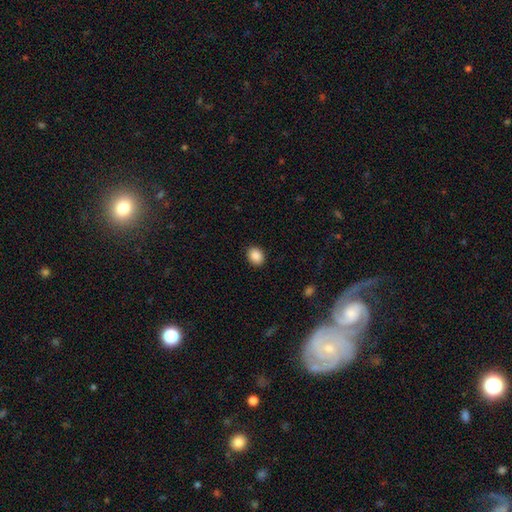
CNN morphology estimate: A smooth galaxy with no disk features (88%) that is round (52%).

Vote fractions:
- Smooth or featured? smooth: 88% / star or artifact: 8% / featured or disk: 3%
- How rounded? round: 52% / in between: 48% / cigar-shaped: 1%
- Merging? none: 90% / minor disturbance: 7% / major disturbance: 2% / merger: 1%